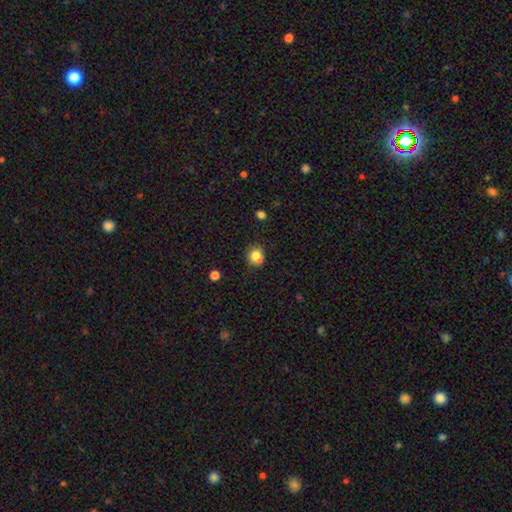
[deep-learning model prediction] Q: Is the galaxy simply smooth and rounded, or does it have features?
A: smooth — 78%.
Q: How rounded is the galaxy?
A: round — 80%.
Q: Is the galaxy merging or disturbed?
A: none — 59%.